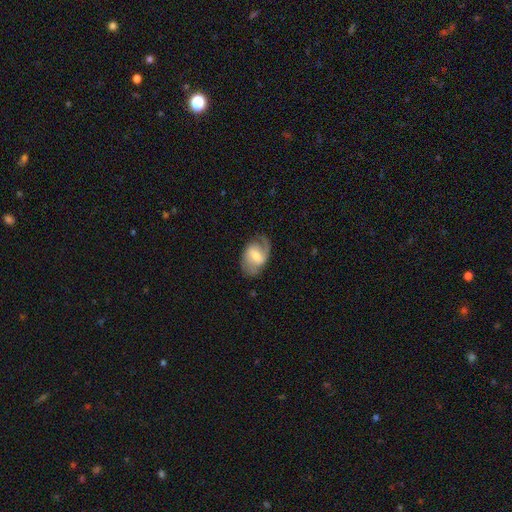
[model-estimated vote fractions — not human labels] Smooth or featured? featured or disk (72%)
Edge-on disk? no (96%)
Bar? weak (54%)
Spiral arms? yes (90%)
Spiral winding? medium (48%)
Spiral arm count? 2 (79%)
Bulge size? moderate (56%)
Merging? none (73%)